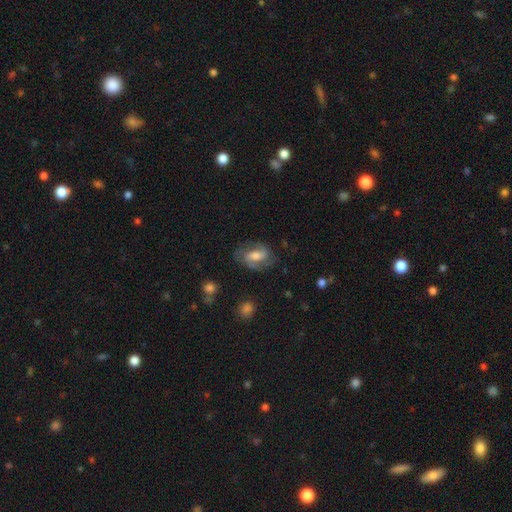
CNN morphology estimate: type=featured or disk (66%); edge-on=no (96%); bar=weak (46%); spiral arms=yes (90%); winding=medium (49%); arm count=2 (83%); bulge=moderate (54%); merging=none (72%).